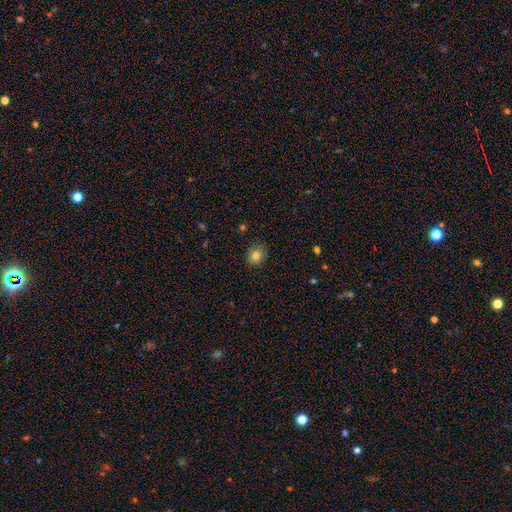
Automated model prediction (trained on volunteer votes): smooth-or-featured: smooth: 81% | star or artifact: 11% | featured or disk: 8%
  how-rounded: round: 69% | in between: 30% | cigar-shaped: 1%
  merging: none: 87% | minor disturbance: 10% | major disturbance: 2% | merger: 1%